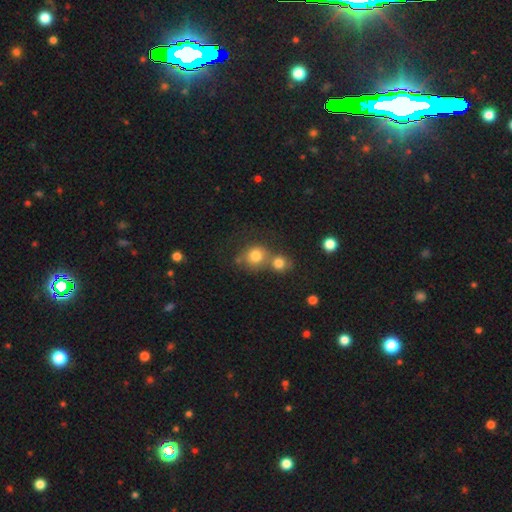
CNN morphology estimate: smooth_or_featured: smooth (p=0.78) [alt: star or artifact p=0.12]
how_rounded: round (p=0.84) [alt: in between p=0.15]
merging: merger (p=0.44) [tied with: none p=0.44]